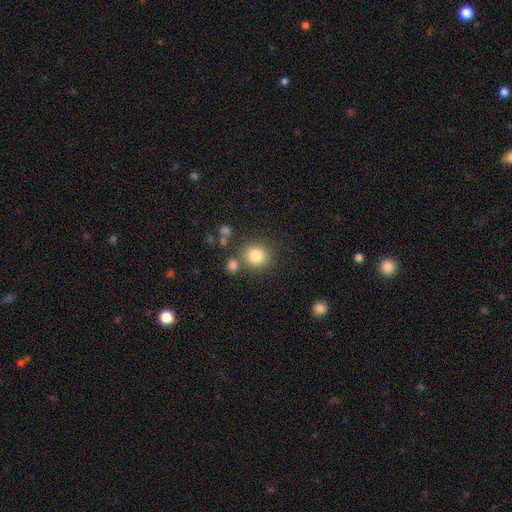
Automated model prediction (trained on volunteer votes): Smooth or featured? Predicted: smooth (p=0.83). How rounded? Predicted: round (p=0.88). Merging? Predicted: none (p=0.75).